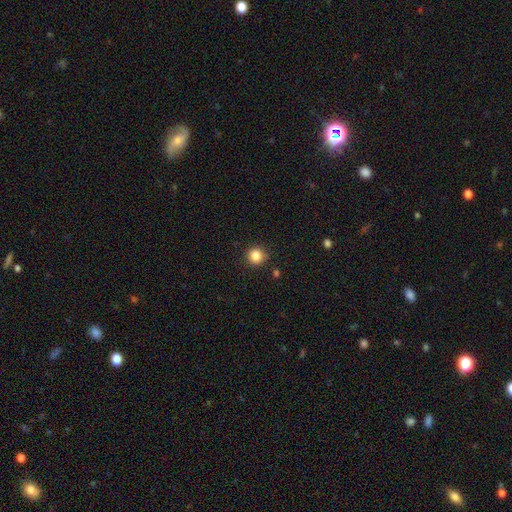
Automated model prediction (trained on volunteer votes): smooth-or-featured: smooth: 85% | star or artifact: 11% | featured or disk: 4%
  how-rounded: round: 93% | in between: 7% | cigar-shaped: 1%
  merging: none: 88% | minor disturbance: 8% | major disturbance: 2% | merger: 2%